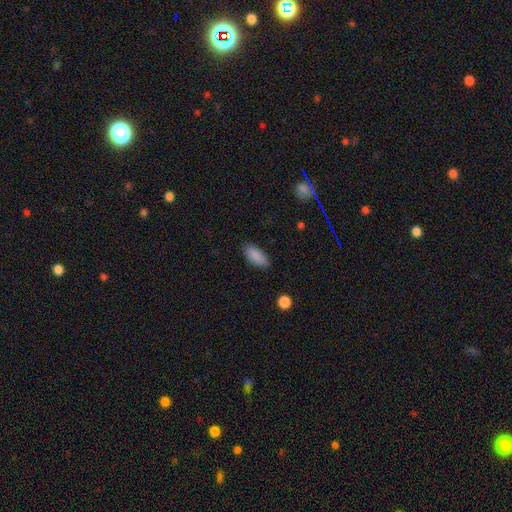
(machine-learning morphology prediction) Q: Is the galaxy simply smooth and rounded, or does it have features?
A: smooth — 88%.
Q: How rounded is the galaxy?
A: in between — 89%.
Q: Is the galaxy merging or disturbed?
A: none — 83%.